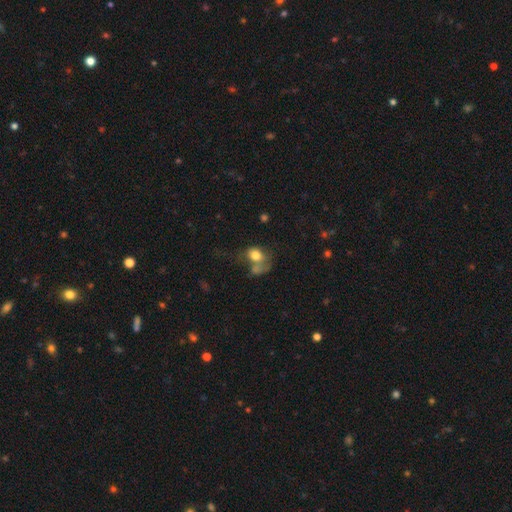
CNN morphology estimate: smooth 73%, featured or disk 18%, star or artifact 9%. Down the decision tree: how rounded — in between (58%); merging — merger (36%).